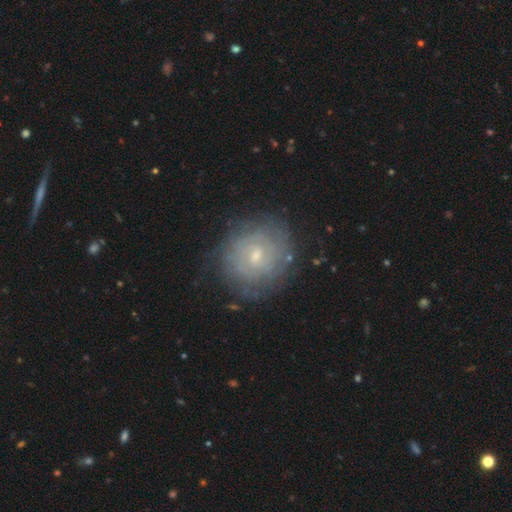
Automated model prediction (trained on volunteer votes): Smooth or featured? featured or disk (66%)
Edge-on disk? no (97%)
Bar? no (53%)
Spiral arms? yes (80%)
Spiral winding? tight (74%)
Spiral arm count? can't tell (59%)
Bulge size? small (62%)
Merging? none (77%)